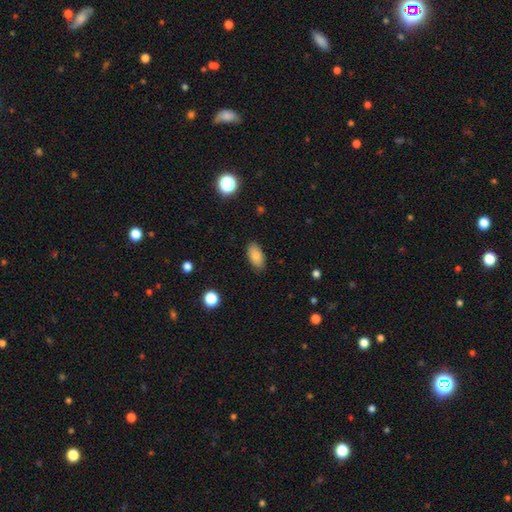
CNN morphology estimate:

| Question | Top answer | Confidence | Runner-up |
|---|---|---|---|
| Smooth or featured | smooth | 84% | star or artifact (8%) |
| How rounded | in between | 92% | cigar-shaped (5%) |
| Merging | none | 87% | minor disturbance (9%) |